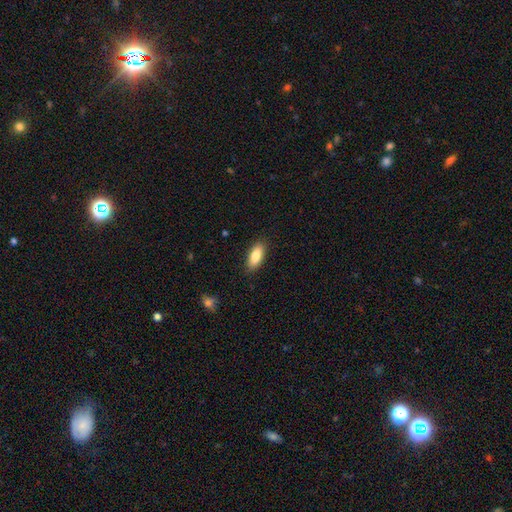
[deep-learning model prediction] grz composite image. It shows a smooth galaxy with no disk features (85%) that is in between round and cigar-shaped (82%). Merging: none (87%).